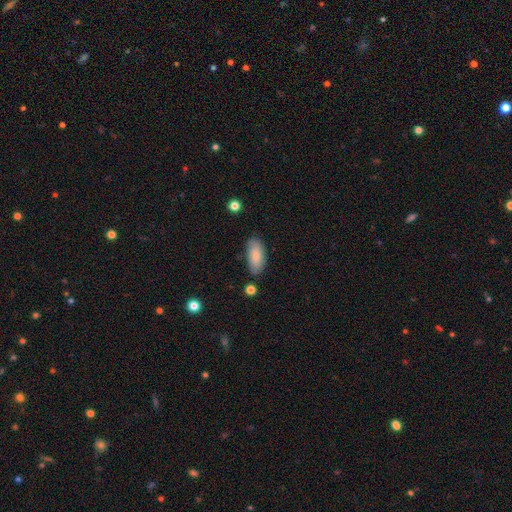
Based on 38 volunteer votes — This appears to be a smooth galaxy with no disk features (84%) that is in between round and cigar-shaped (66%). Merging: none (89%).